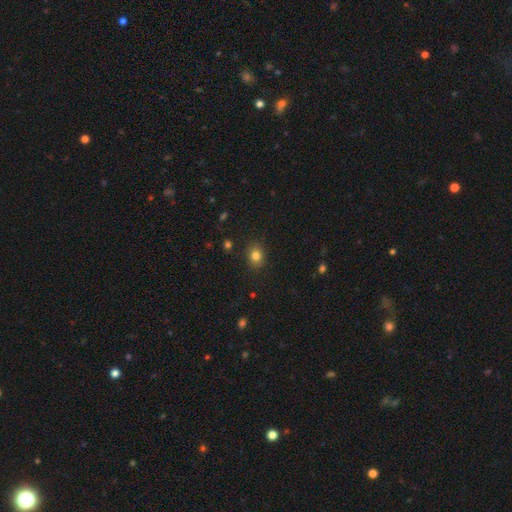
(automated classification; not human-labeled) Smooth or featured?
  - smooth: 81% *
  - star or artifact: 12%
  - featured or disk: 6%
How rounded?
  - round: 59% *
  - in between: 41%
  - cigar-shaped: 1%
Merging?
  - none: 88% *
  - minor disturbance: 9%
  - major disturbance: 2%
  - merger: 1%